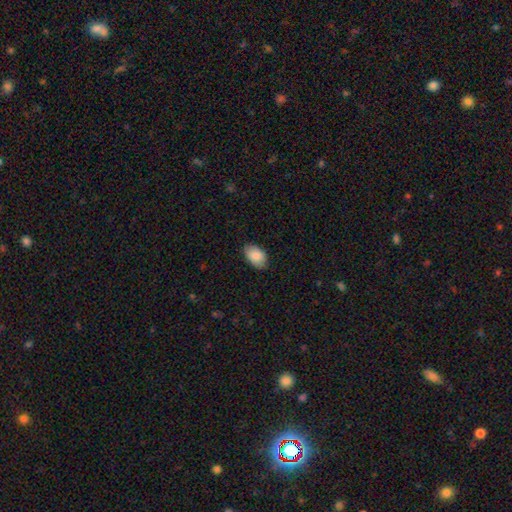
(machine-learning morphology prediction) type=smooth (88%); roundness=in between (90%); merging=none (84%).